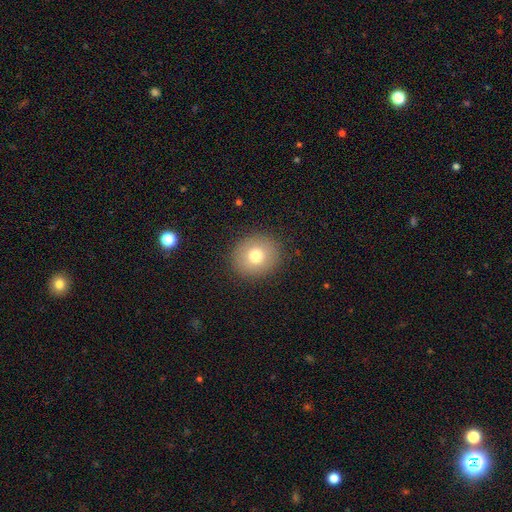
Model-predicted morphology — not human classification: Smooth or featured? smooth (75%)
How rounded? round (87%)
Merging? none (90%)